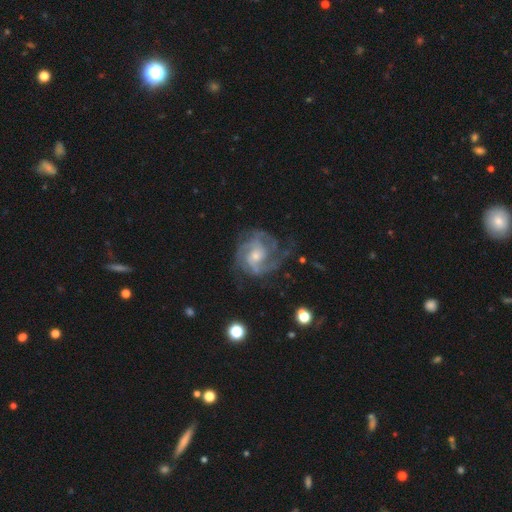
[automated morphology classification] This appears to be a featured or disk galaxy (89%) with no bar (62%), 3 (32%) tight (45%) spiral arms (97%) and a small central bulge (49%). Merging: none (64%).